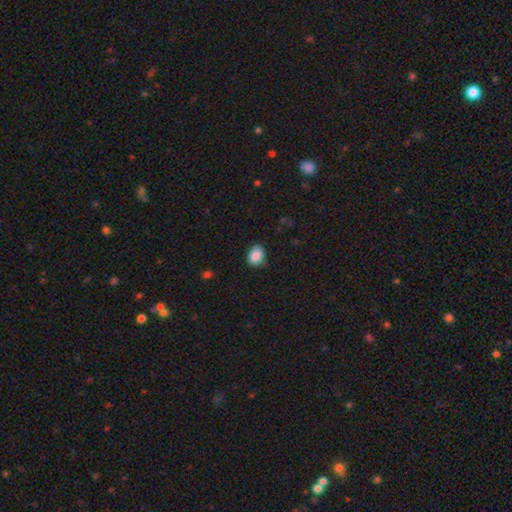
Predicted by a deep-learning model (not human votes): A smooth galaxy with no disk features (87%) that is in between round and cigar-shaped (60%).

Vote fractions:
- Smooth or featured? smooth: 87% / star or artifact: 8% / featured or disk: 5%
- How rounded? in between: 60% / round: 39% / cigar-shaped: 1%
- Merging? none: 74% / minor disturbance: 21% / major disturbance: 4% / merger: 1%